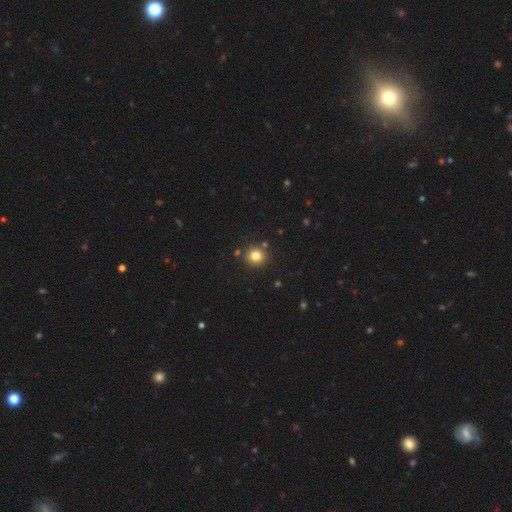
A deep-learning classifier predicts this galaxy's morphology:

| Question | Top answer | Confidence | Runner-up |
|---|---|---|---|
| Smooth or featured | smooth | 81% | star or artifact (12%) |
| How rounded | round | 89% | in between (10%) |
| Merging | none | 86% | minor disturbance (7%) |